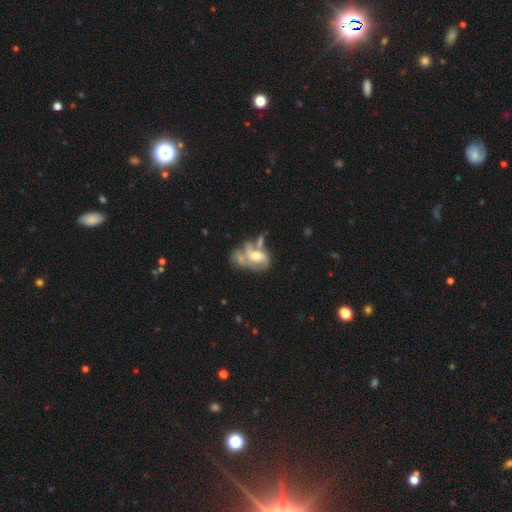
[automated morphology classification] A featured or disk galaxy (61%) with no bar (68%), spiral arms (57%) and a moderate central bulge (63%).

Vote fractions:
- Smooth or featured? featured or disk: 61% / smooth: 31% / star or artifact: 8%
- Edge-on disk? no: 96% / yes: 4%
- Bar? no: 68% / weak: 25% / strong: 7%
- Spiral arms? yes: 57% / no: 43%
- Bulge size? moderate: 63% / small: 22% / large: 9% / none: 4% / dominant: 1%
- Merging? merger: 46% / major disturbance: 22% / none: 19% / minor disturbance: 13%